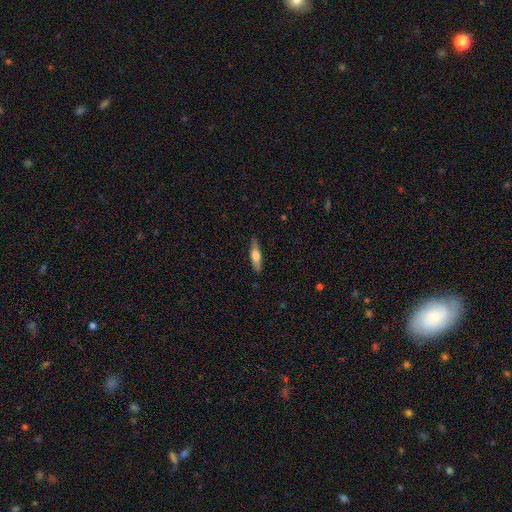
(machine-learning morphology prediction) smooth 62%, featured or disk 32%, star or artifact 6%. Down the decision tree: how rounded — cigar-shaped (65%); merging — none (86%).